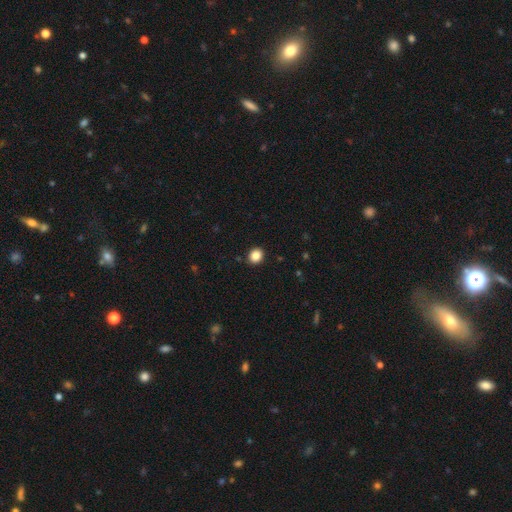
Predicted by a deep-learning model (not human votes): Smooth or featured? Predicted: smooth (p=0.86). How rounded? Predicted: round (p=0.69). Merging? Predicted: none (p=0.90).